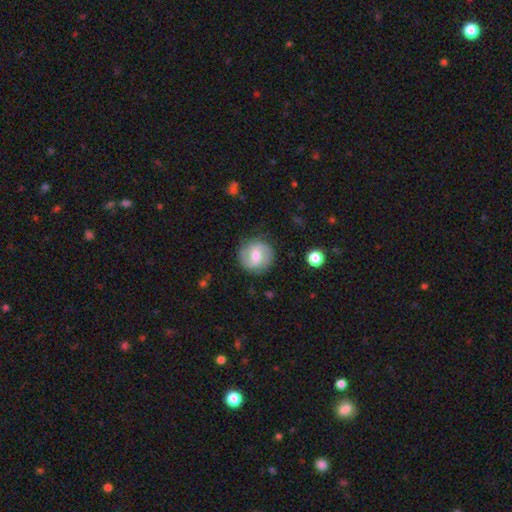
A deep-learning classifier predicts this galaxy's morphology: Smooth or featured?
  - featured or disk: 59% *
  - smooth: 35%
  - star or artifact: 7%
Edge-on disk?
  - no: 97% *
  - yes: 3%
Bar?
  - weak: 51% *
  - no: 25%
  - strong: 24%
Spiral arms?
  - yes: 84% *
  - no: 16%
Bulge size?
  - moderate: 61% *
  - small: 32%
  - large: 4%
  - none: 2%
  - dominant: 1%
Merging?
  - none: 84% *
  - minor disturbance: 11%
  - major disturbance: 4%
  - merger: 1%